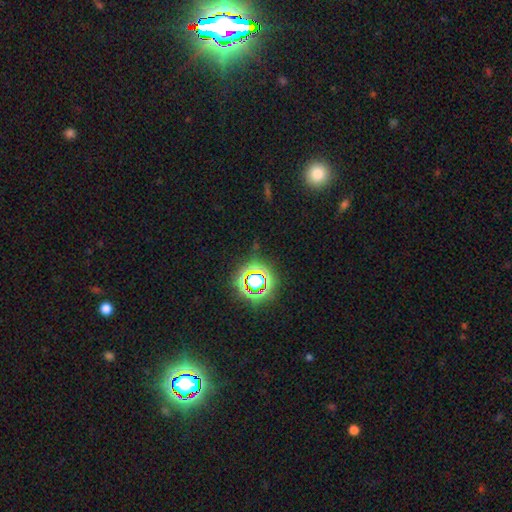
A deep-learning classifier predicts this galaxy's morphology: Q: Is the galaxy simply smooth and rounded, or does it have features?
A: star or artifact — 76%.